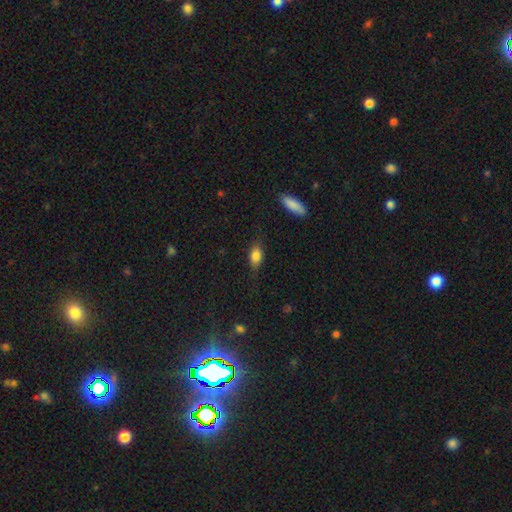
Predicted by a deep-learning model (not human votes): This is likely a smooth galaxy (77%). How rounded: clearly in between (81%). Merging: likely none (73%).